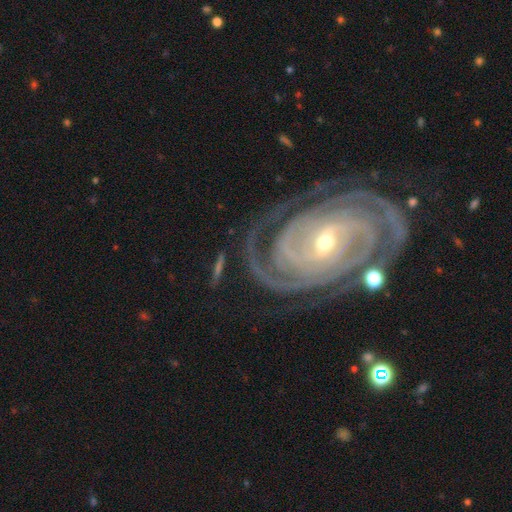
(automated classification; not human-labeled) Smooth or featured: featured or disk — 92% (star or artifact — 5%)
Edge-on disk: no — 97% (yes — 3%)
Bar: no — 36% (weak — 35%)
Spiral arms: yes — 99% (no — 1%)
Spiral winding: tight — 83% (medium — 14%)
Spiral arm count: 2 — 28% (3 — 23%)
Bulge size: small — 57% (moderate — 40%)
Merging: none — 76% (minor disturbance — 15%)